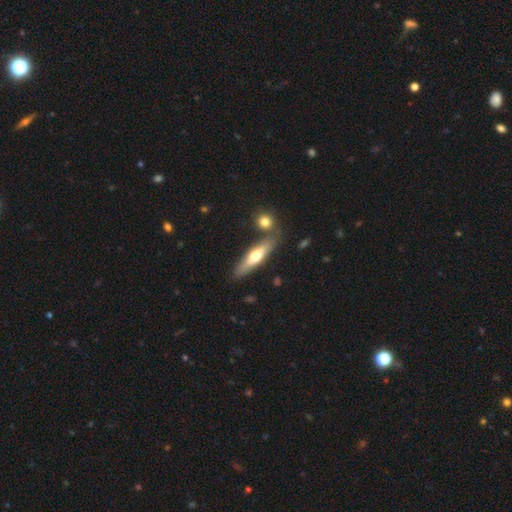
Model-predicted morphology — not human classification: smooth-or-featured: featured or disk: 48% | smooth: 47% | star or artifact: 6%
  merging: none: 76% | minor disturbance: 11% | merger: 10% | major disturbance: 3%